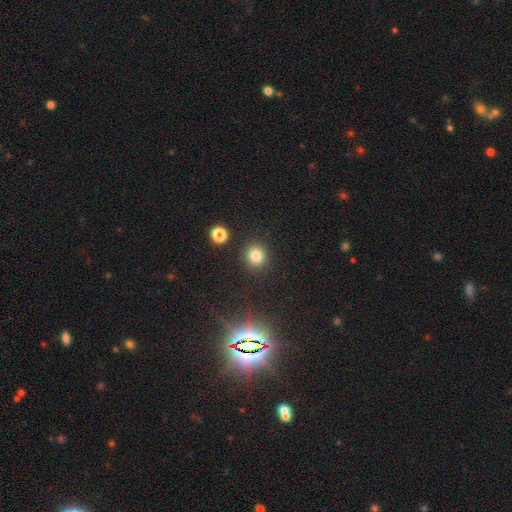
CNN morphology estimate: This appears to be a smooth galaxy with no disk features (80%) that is round (85%). Merging: none (88%).